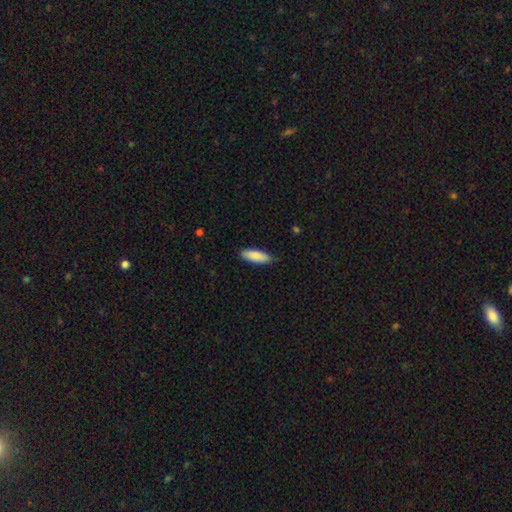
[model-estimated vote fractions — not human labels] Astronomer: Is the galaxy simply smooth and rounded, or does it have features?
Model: smooth — 87%.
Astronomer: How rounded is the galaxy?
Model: in between — 56% (runner-up: cigar-shaped, 43%).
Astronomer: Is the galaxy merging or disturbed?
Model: none — 83%.